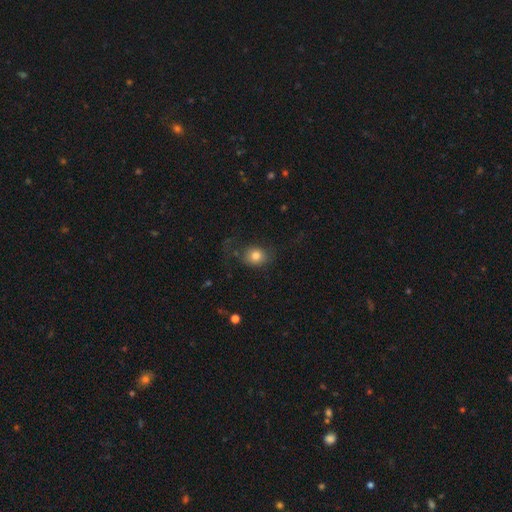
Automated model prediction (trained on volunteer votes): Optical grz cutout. It shows a smooth galaxy with no disk features (78%) that is round (61%). Merging: none (60%).